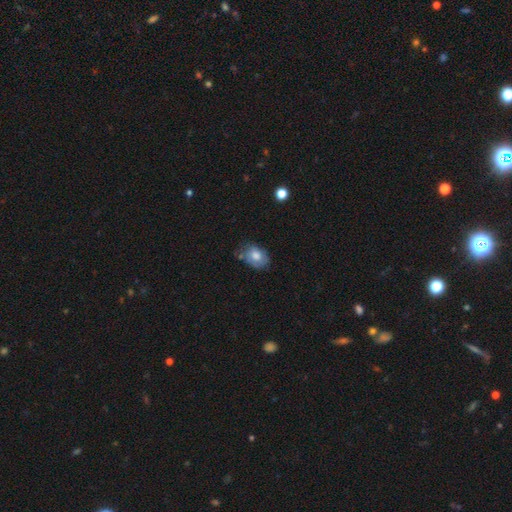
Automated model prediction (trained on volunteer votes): smooth_or_featured: smooth (p=0.66) [alt: featured or disk p=0.27]
how_rounded: in between (p=0.76) [alt: round p=0.23]
merging: none (p=0.57) [alt: minor disturbance p=0.31]